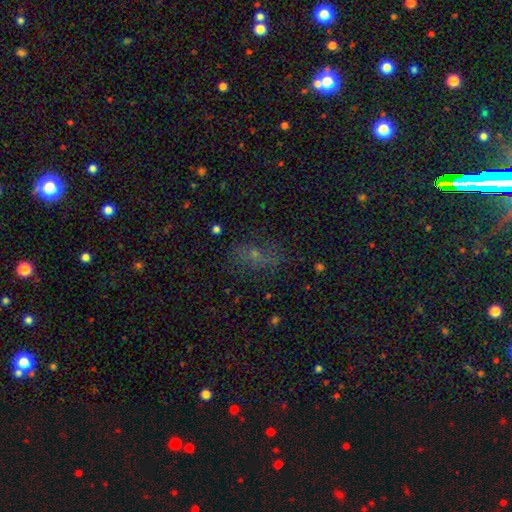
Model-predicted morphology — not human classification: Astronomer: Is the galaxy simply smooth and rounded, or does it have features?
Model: smooth — 38% (runner-up: featured or disk, 31%).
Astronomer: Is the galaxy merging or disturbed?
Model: none — 67%.